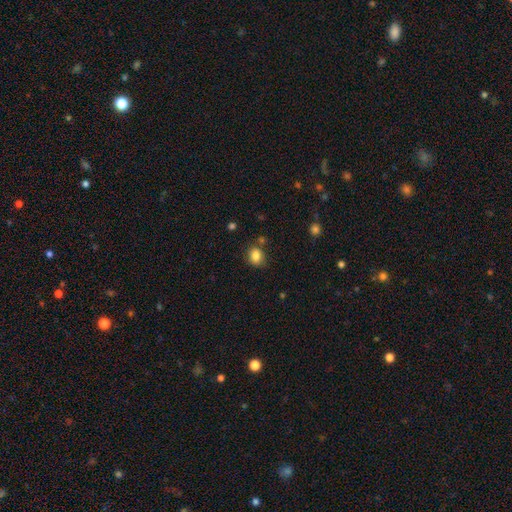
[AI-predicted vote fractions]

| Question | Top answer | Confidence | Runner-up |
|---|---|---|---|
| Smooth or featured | smooth | 84% | star or artifact (10%) |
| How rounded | in between | 50% | round (49%) |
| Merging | none | 72% | minor disturbance (16%) |